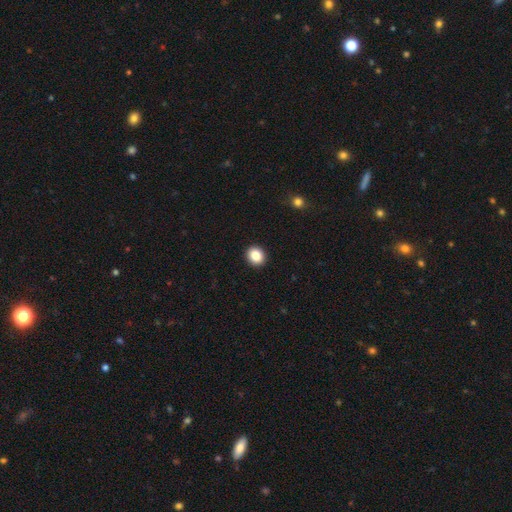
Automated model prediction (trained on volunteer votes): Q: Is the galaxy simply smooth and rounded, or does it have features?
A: smooth — 86%.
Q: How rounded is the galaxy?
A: round — 76%.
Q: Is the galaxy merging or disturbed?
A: none — 93%.